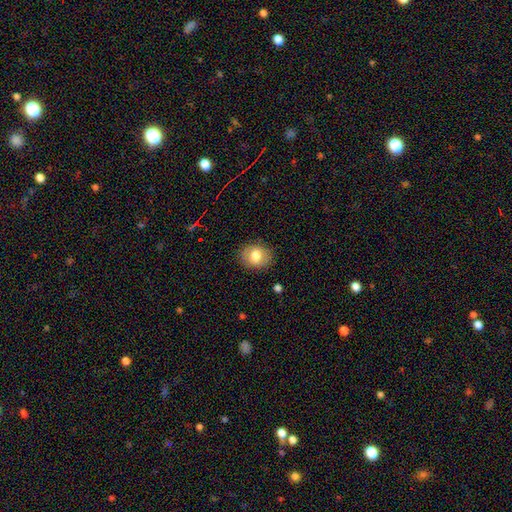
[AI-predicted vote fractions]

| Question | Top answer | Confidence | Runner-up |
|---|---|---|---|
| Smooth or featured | smooth | 77% | featured or disk (14%) |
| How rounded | round | 60% | in between (39%) |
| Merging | none | 87% | minor disturbance (9%) |